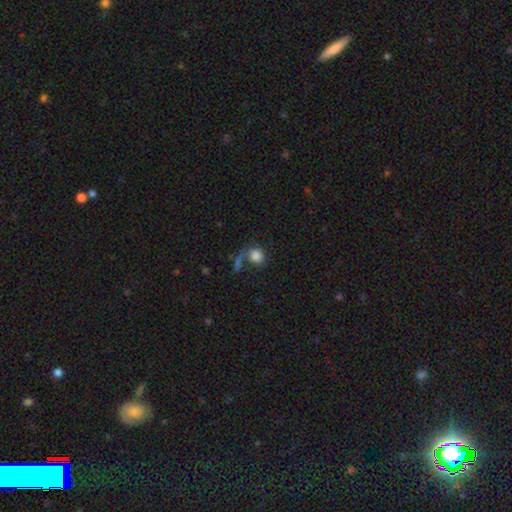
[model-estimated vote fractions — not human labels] A smooth galaxy with no disk features (79%) that is round (73%). Merging: none (45%).